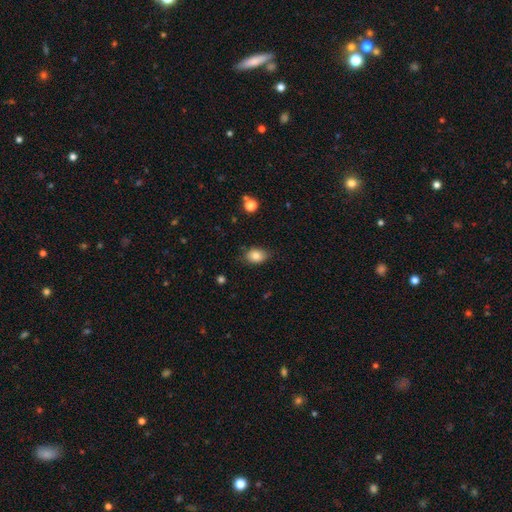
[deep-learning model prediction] Overall: smooth (83%). How rounded: in between (76%). Merging: none (76%).